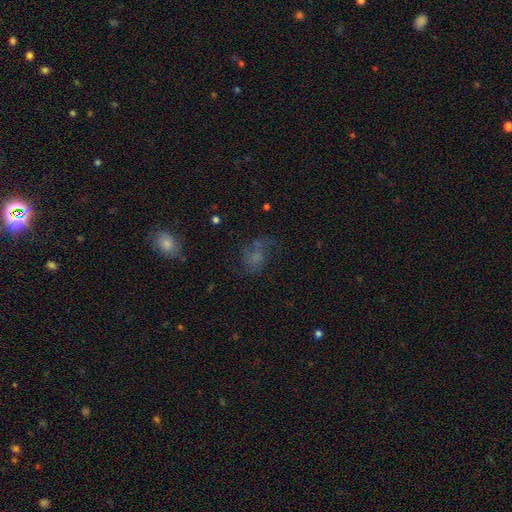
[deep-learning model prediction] Smooth or featured? smooth (48%)
Merging? none (44%)